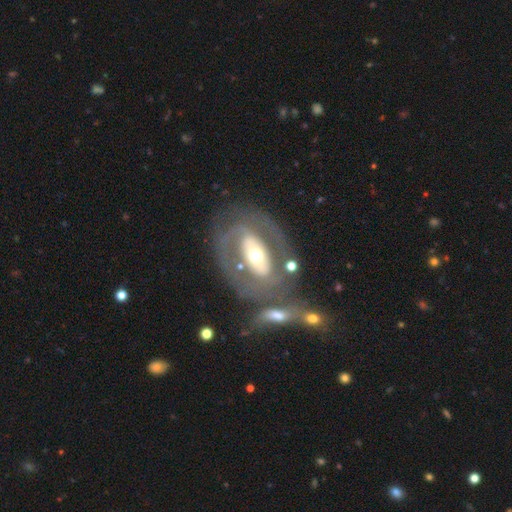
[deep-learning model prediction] smooth-or-featured: featured or disk: 77% | smooth: 18% | star or artifact: 5%
  disk-edge-on: no: 94% | yes: 6%
    bar: no: 39% | strong: 35% | weak: 25%
    has-spiral-arms: yes: 60% | no: 40%
    bulge-size: moderate: 64% | small: 22% | large: 11% | dominant: 2% | none: 1%
  merging: none: 56% | merger: 18% | minor disturbance: 14% | major disturbance: 12%